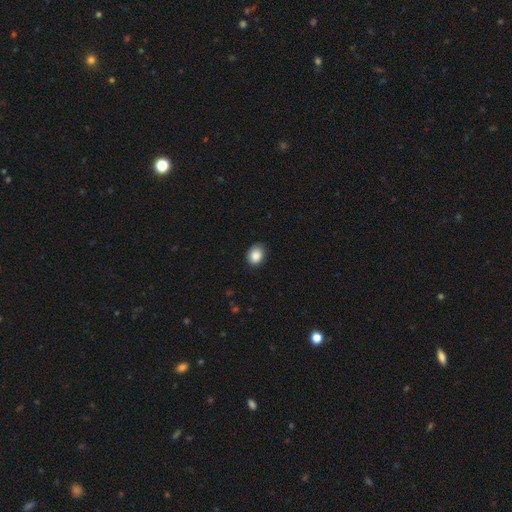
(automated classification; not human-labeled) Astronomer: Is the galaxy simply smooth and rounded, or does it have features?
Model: smooth — 88%.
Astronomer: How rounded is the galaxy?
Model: in between — 58% (runner-up: round, 41%).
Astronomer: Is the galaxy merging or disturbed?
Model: none — 76%.